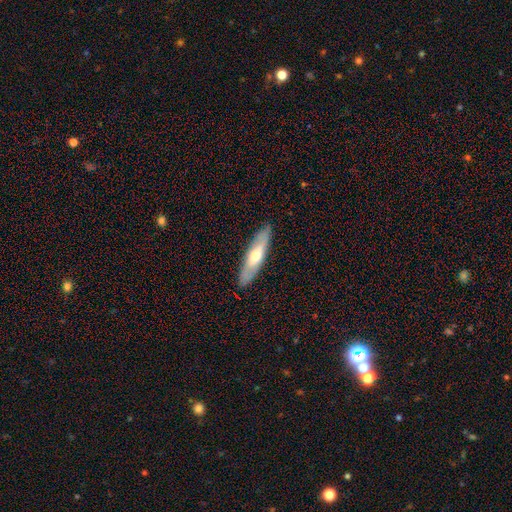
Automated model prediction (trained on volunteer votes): Smooth or featured? Predicted: smooth (p=0.49). Merging? Predicted: none (p=0.88).